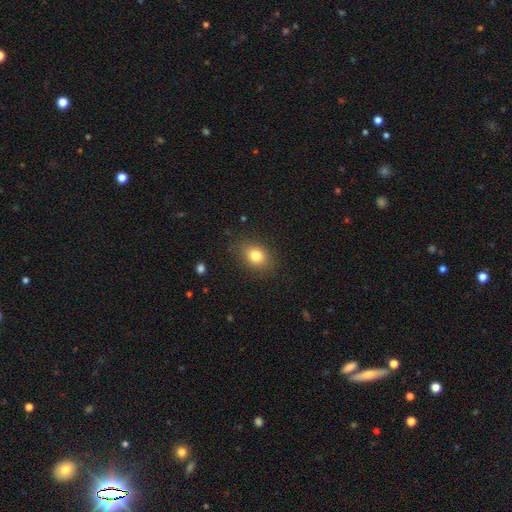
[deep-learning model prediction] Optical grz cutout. It shows a smooth galaxy with no disk features (80%) that is in between round and cigar-shaped (59%). Merging: none (82%).